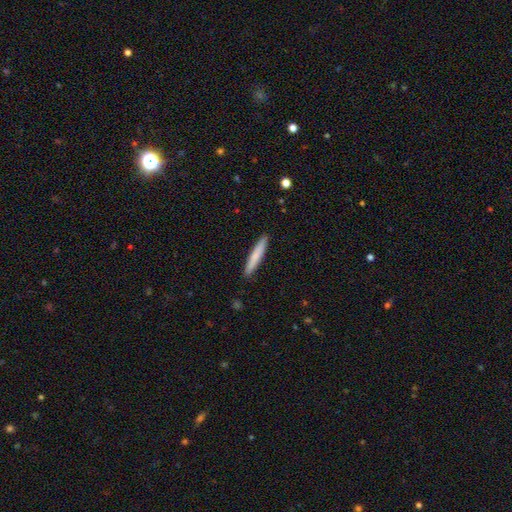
smooth-or-featured: smooth: 82% | featured or disk: 15% | star or artifact: 3%
  how-rounded: cigar-shaped: 100% | round: 0% | in between: 0%
  merging: none: 97% | major disturbance: 3% | minor disturbance: 0% | merger: 0%